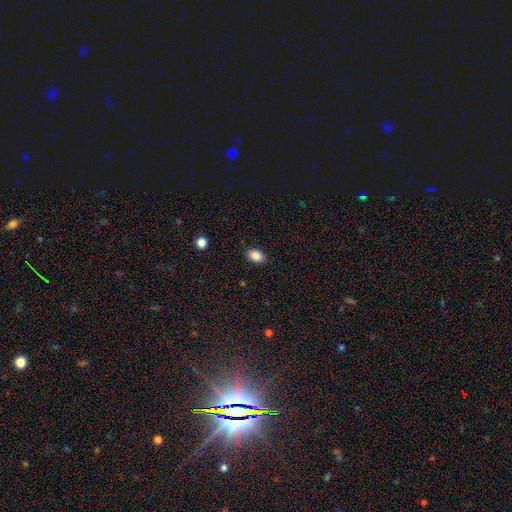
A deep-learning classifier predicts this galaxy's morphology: Smooth or featured? Predicted: smooth (p=0.87). How rounded? Predicted: in between (p=0.83). Merging? Predicted: none (p=0.88).